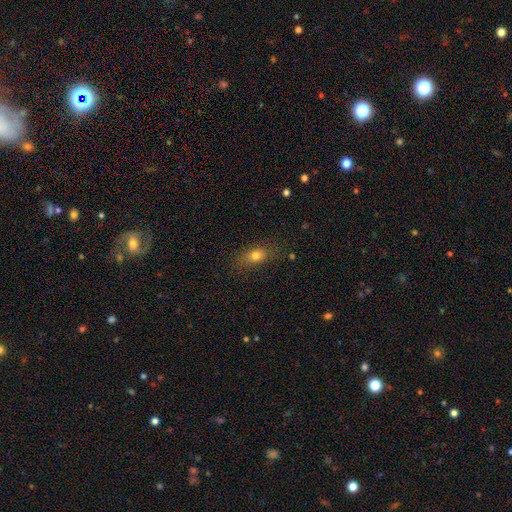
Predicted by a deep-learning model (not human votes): Smooth or featured?
  - smooth: 76% *
  - featured or disk: 12%
  - star or artifact: 12%
How rounded?
  - in between: 73% *
  - round: 20%
  - cigar-shaped: 7%
Merging?
  - none: 76% *
  - minor disturbance: 16%
  - major disturbance: 6%
  - merger: 1%